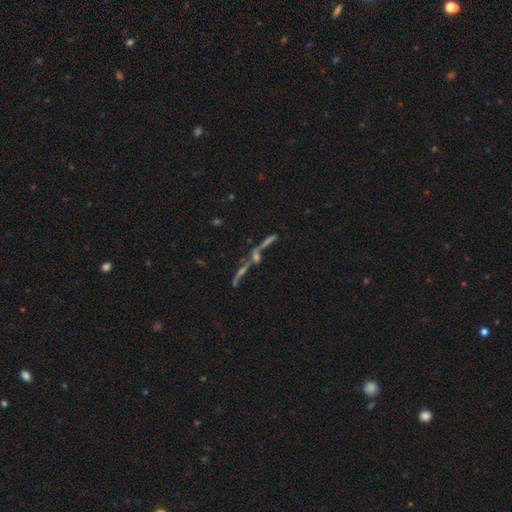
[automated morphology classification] Overall: featured or disk (54%; star or artifact 27%). Edge-on disk: yes (73%). Merging: none (48%; merger 33%).